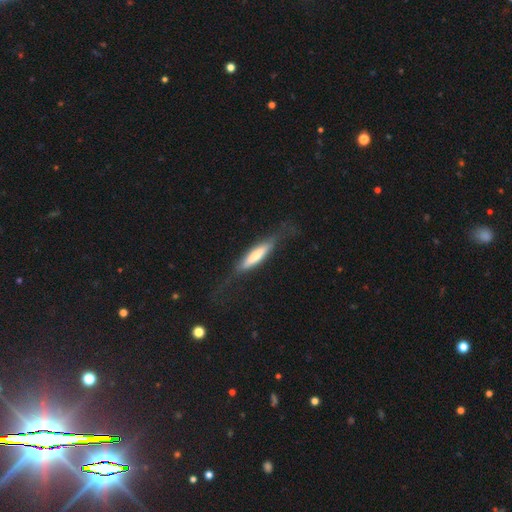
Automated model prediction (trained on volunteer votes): smooth 57%, featured or disk 38%, star or artifact 5%. Down the decision tree: how rounded — cigar-shaped (80%); merging — none (67%).